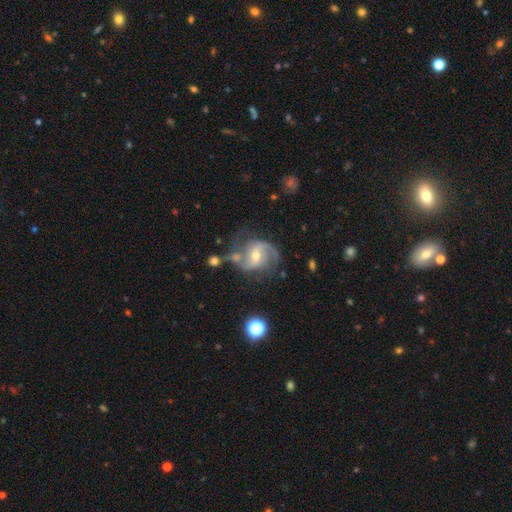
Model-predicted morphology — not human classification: This appears to be a featured or disk galaxy (86%) with a weak bar (47%), 2 (81%) medium (53%) spiral arms (96%) and a moderate central bulge (60%). Merging: none (56%).